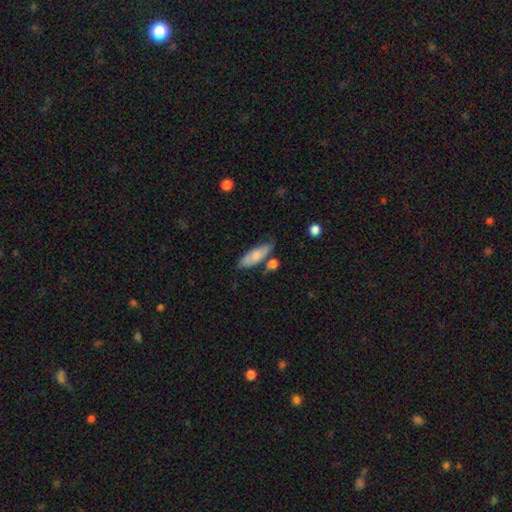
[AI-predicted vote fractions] This appears to be a smooth galaxy with no disk features (76%) that is in between round and cigar-shaped (62%). Merging: none (65%).